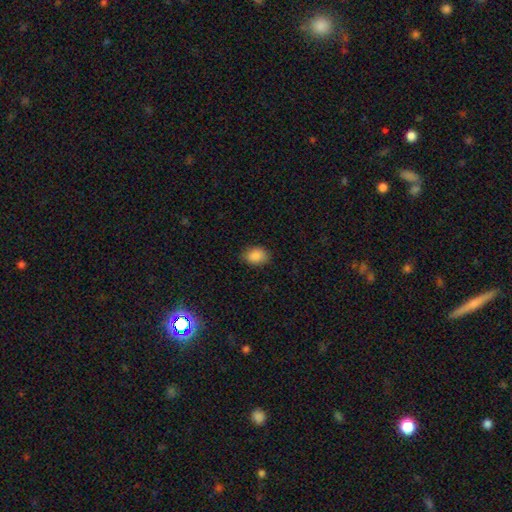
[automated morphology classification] The model was most divided on "how rounded": in between: 74%, round: 25%, cigar-shaped: 1%. More confident: smooth or featured — smooth (88%); merging — none (84%).